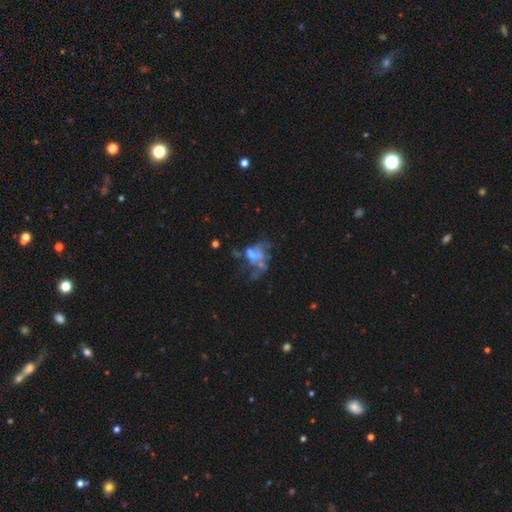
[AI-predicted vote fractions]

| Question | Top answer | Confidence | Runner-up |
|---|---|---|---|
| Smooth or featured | featured or disk | 57% | smooth (25%) |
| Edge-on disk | no | 97% | yes (3%) |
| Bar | no | 86% | weak (11%) |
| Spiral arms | no | 89% | yes (11%) |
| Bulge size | none | 56% | moderate (19%) |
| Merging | major disturbance | 38% | merger (27%) |